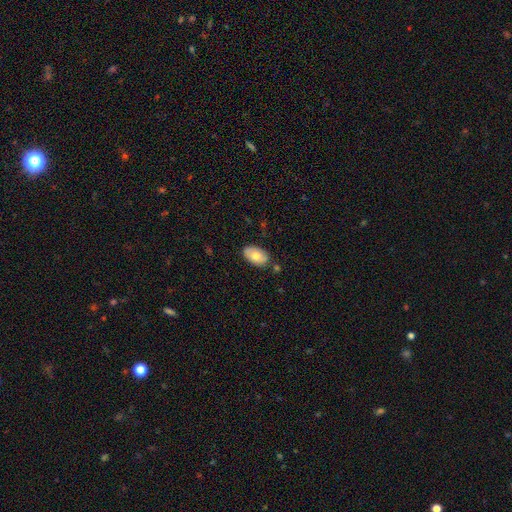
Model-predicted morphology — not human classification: The model was most divided on "smooth or featured": smooth: 73%, featured or disk: 21%, star or artifact: 7%. More confident: how rounded — in between (92%); merging — none (80%).